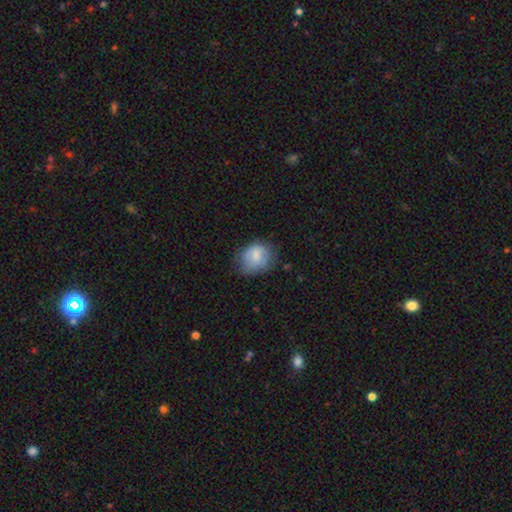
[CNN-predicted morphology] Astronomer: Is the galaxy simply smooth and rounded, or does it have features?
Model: smooth — 67%.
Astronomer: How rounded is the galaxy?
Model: round — 51% (runner-up: in between, 48%).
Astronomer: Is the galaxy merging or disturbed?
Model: none — 54% (runner-up: minor disturbance, 31%).